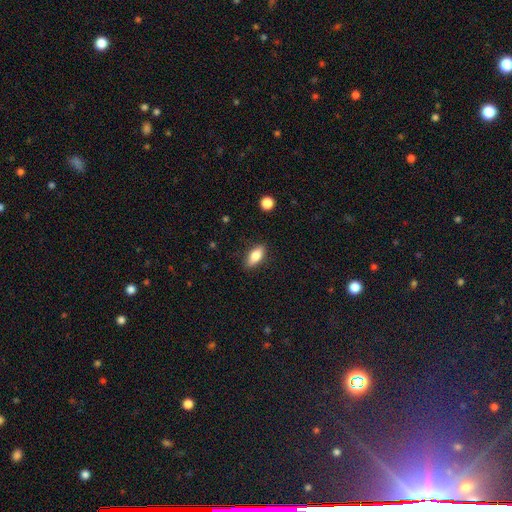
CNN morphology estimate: Smooth or featured? smooth (79%)
How rounded? in between (82%)
Merging? none (86%)